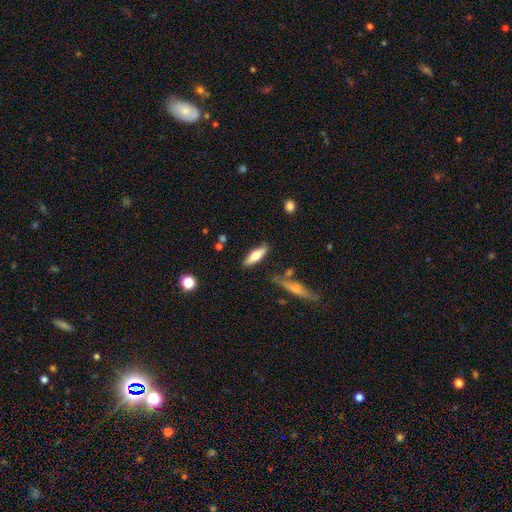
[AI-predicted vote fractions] Morphology: type=smooth (55%); roundness=cigar-shaped (50%); merging=none (81%).